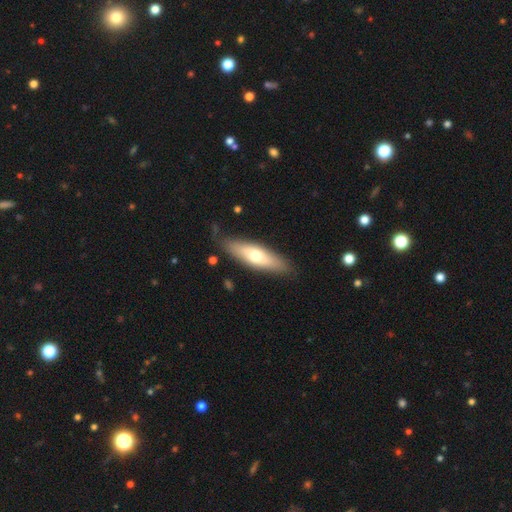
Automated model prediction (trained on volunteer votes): smooth_or_featured: smooth (p=0.59) [alt: featured or disk p=0.36]
how_rounded: cigar-shaped (p=0.52) [alt: in between p=0.46]
merging: none (p=0.83) [alt: minor disturbance p=0.13]